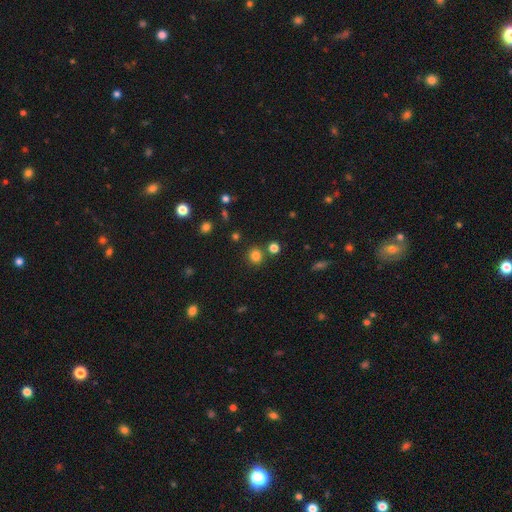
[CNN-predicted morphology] Smooth or featured: smooth — 80% (star or artifact — 15%)
How rounded: round — 89% (in between — 10%)
Merging: none — 81% (merger — 9%)